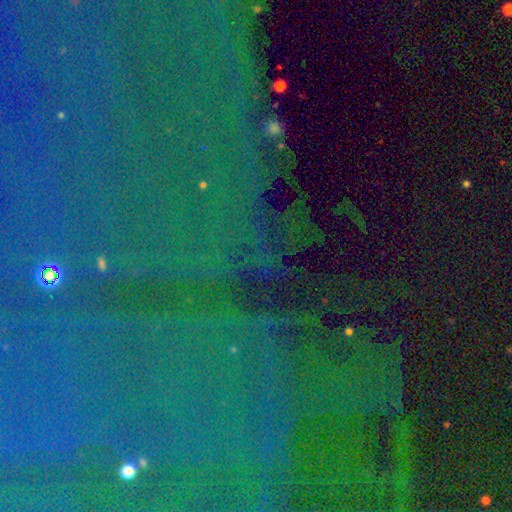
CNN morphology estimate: type=star or artifact (85%).